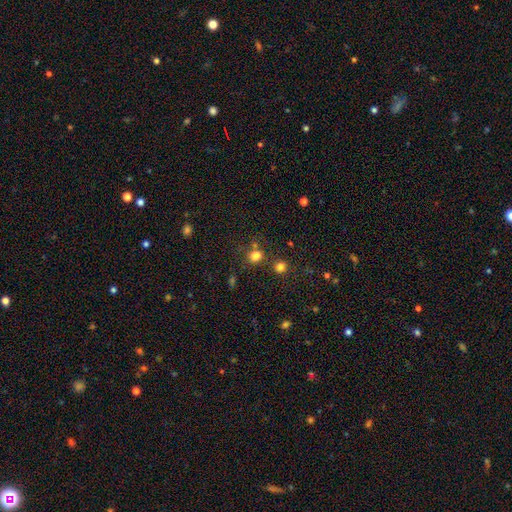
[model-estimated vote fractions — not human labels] This appears to be a smooth galaxy with no disk features (76%) that is round (78%). Merging: none (69%).